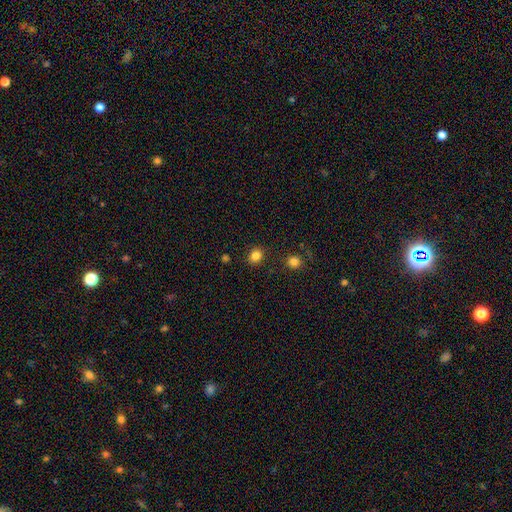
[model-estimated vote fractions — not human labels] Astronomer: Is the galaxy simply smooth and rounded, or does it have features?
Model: smooth — 83%.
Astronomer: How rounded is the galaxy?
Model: round — 63%.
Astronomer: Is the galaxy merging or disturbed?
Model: none — 87%.